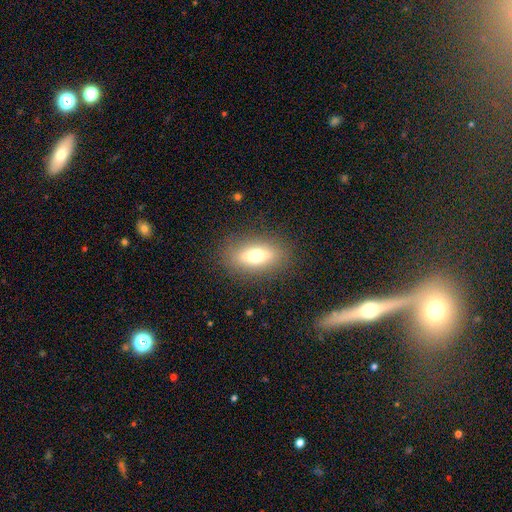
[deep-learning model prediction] Smooth or featured? smooth (63%)
How rounded? in between (75%)
Merging? none (85%)